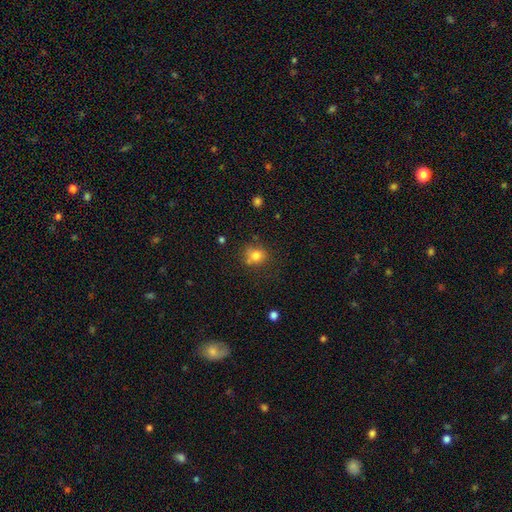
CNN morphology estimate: smooth_or_featured: smooth (p=0.77) [alt: star or artifact p=0.13]
how_rounded: round (p=0.77) [alt: in between p=0.22]
merging: none (p=0.65) [alt: minor disturbance p=0.18]